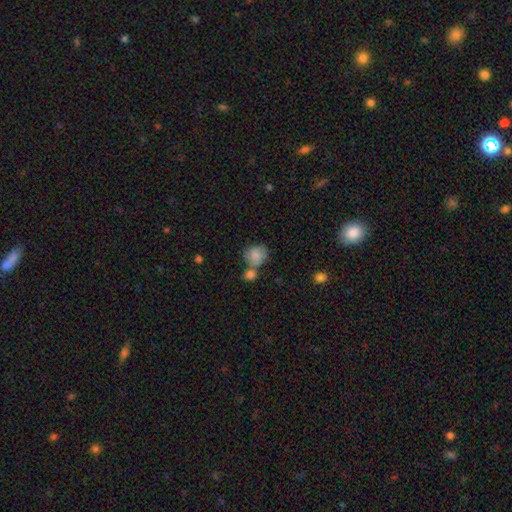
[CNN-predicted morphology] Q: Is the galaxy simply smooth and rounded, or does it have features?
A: smooth — 81%.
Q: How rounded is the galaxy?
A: round — 72%.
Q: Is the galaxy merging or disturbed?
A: none — 42%.